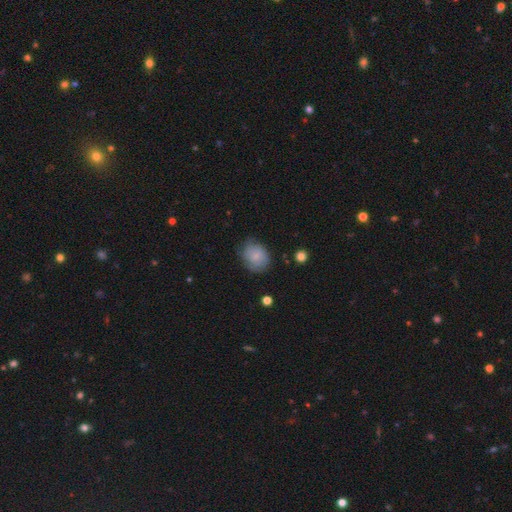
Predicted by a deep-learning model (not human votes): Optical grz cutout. It shows a smooth galaxy with no disk features (72%) that is round (60%). Merging: none (63%).